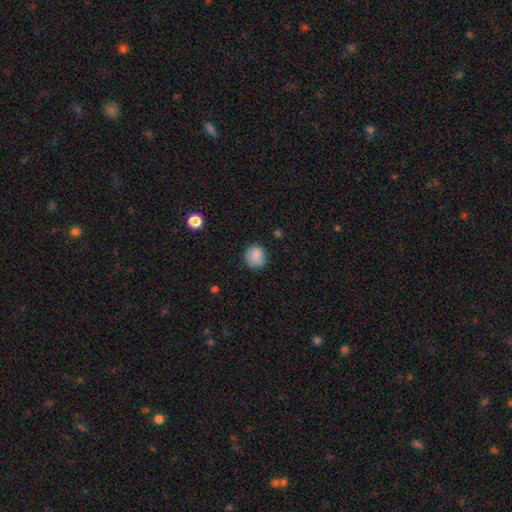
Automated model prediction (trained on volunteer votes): smooth-or-featured: smooth: 86% | star or artifact: 9% | featured or disk: 6%
  how-rounded: round: 85% | in between: 14% | cigar-shaped: 1%
  merging: none: 79% | minor disturbance: 15% | major disturbance: 4% | merger: 1%